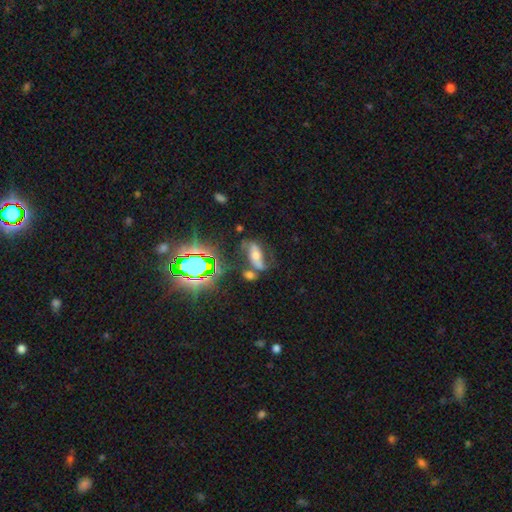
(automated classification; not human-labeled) The model was most divided on "smooth or featured": featured or disk: 46%, smooth: 30%, star or artifact: 25%. Remaining: merging — none (49%).